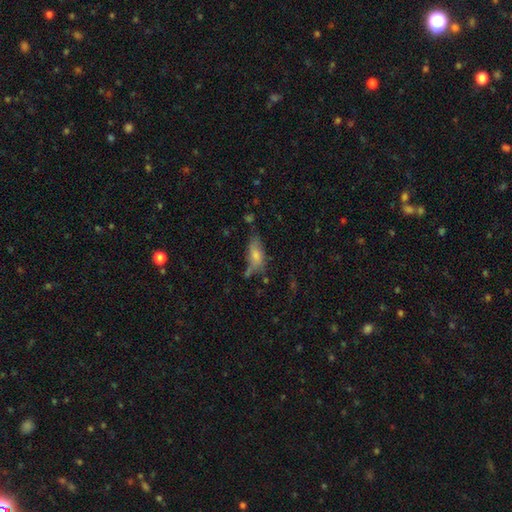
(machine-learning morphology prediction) smooth-or-featured: smooth: 69% | featured or disk: 22% | star or artifact: 9%
  how-rounded: in between: 80% | cigar-shaped: 17% | round: 3%
  merging: none: 45% | minor disturbance: 30% | major disturbance: 14% | merger: 11%